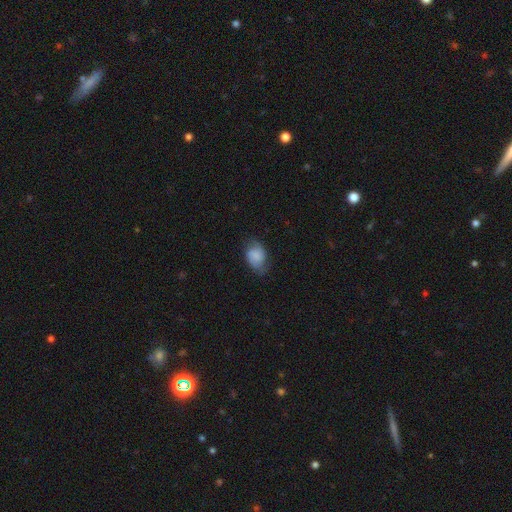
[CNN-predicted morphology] smooth_or_featured: smooth (p=0.60) [alt: featured or disk p=0.31]
how_rounded: in between (p=0.76) [alt: round p=0.23]
merging: none (p=0.66) [alt: minor disturbance p=0.24]